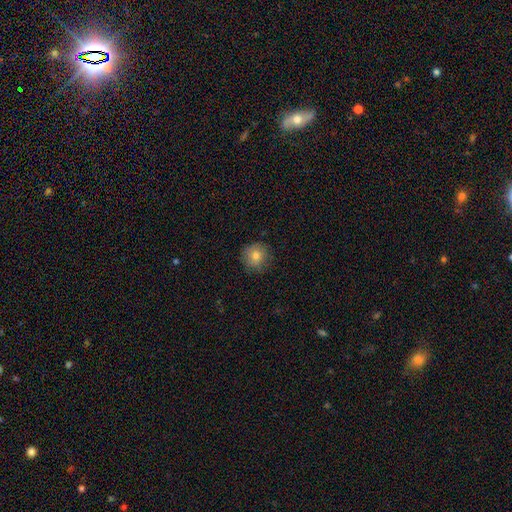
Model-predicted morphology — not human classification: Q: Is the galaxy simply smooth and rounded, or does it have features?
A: smooth — 79%.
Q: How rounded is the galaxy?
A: round — 92%.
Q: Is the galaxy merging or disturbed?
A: none — 83%.